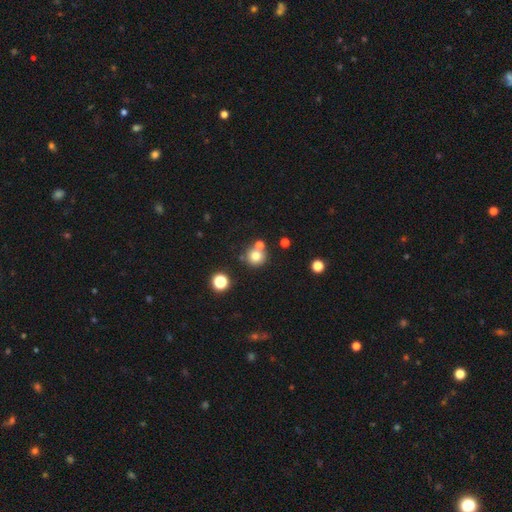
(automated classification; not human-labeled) Morphology: type=smooth (77%); roundness=round (91%); merging=none (66%).